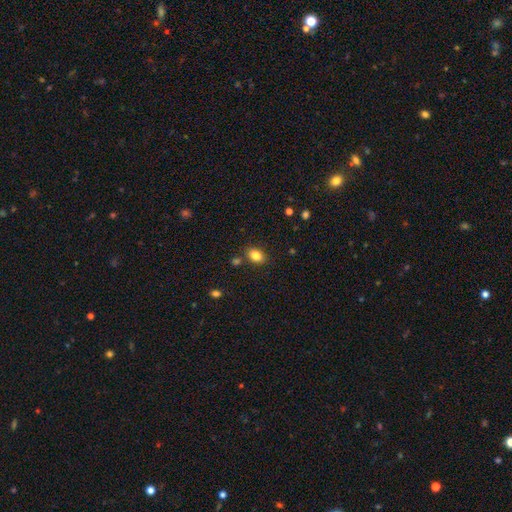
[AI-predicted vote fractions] smooth-or-featured: smooth: 83% | star or artifact: 10% | featured or disk: 7%
  how-rounded: in between: 75% | round: 24% | cigar-shaped: 1%
  merging: none: 80% | minor disturbance: 12% | merger: 6% | major disturbance: 3%